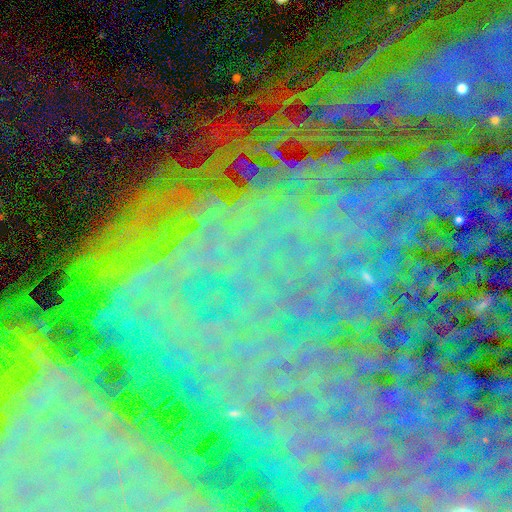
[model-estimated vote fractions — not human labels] Morphology: type=star or artifact (77%).